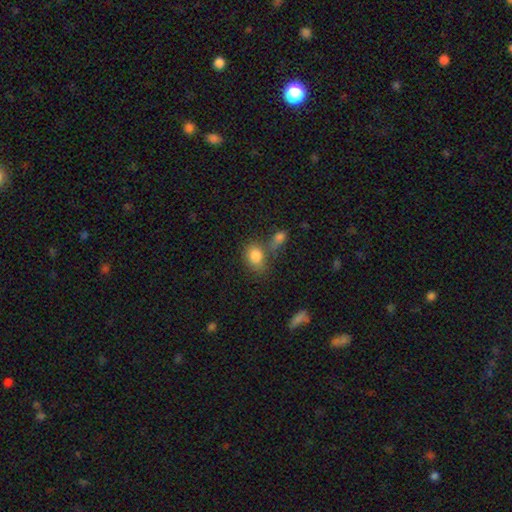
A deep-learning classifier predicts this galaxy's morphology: type=smooth (83%); roundness=in between (63%); merging=none (47%).